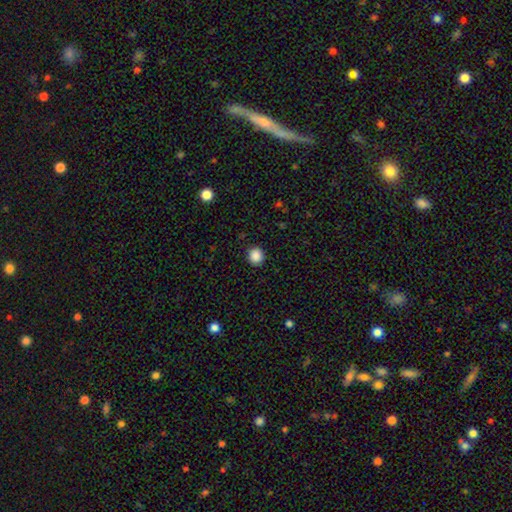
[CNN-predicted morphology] Smooth or featured: smooth — 88% (star or artifact — 10%)
How rounded: round — 86% (in between — 14%)
Merging: none — 91% (minor disturbance — 6%)